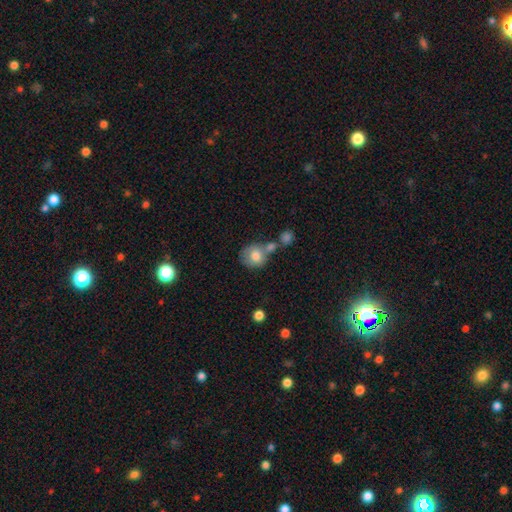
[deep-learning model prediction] Overall: smooth (78%). How rounded: round (80%). Merging: none (45%; merger 34%).